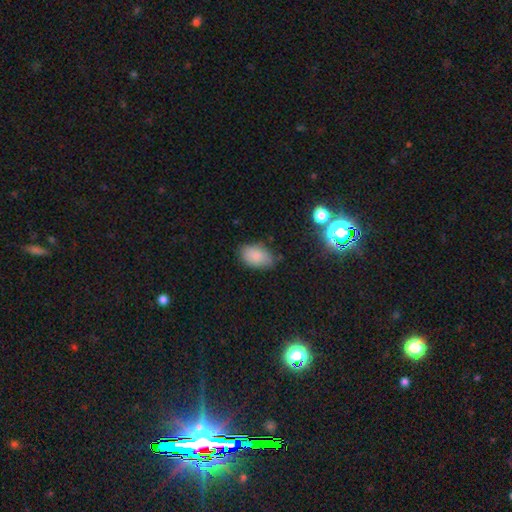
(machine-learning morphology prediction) smooth 83%, star or artifact 9%, featured or disk 8%. Down the decision tree: how rounded — in between (91%); merging — none (73%).